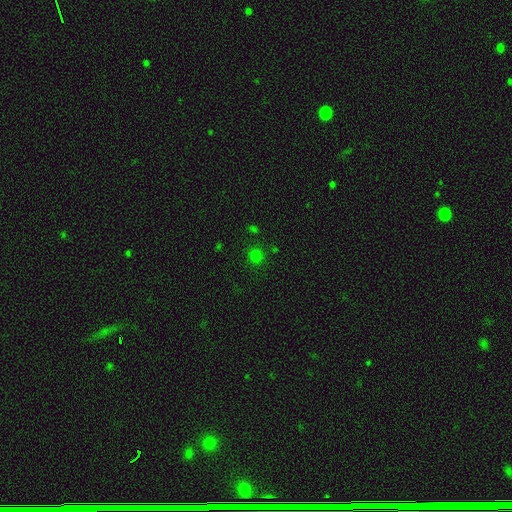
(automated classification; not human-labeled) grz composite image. It shows a smooth galaxy with no disk features (75%) that is round (91%). Merging: none (87%).